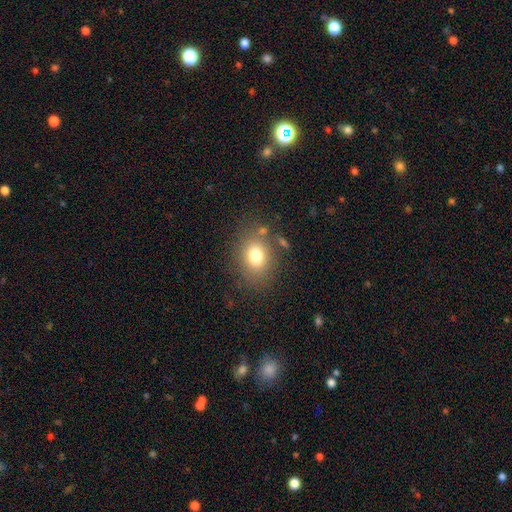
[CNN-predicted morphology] This is likely a smooth galaxy (77%). How rounded: possibly in between (54%). Merging: likely none (76%).